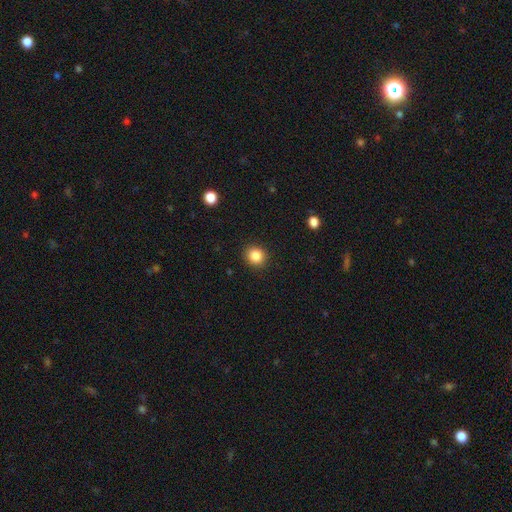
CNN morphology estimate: Smooth or featured? Predicted: smooth (p=0.86). How rounded? Predicted: round (p=0.84). Merging? Predicted: none (p=0.91).